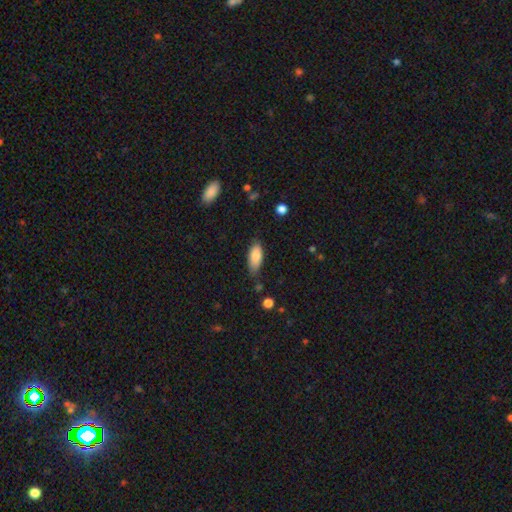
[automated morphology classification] Smooth or featured? Predicted: smooth (p=0.84). How rounded? Predicted: in between (p=0.83). Merging? Predicted: none (p=0.68).